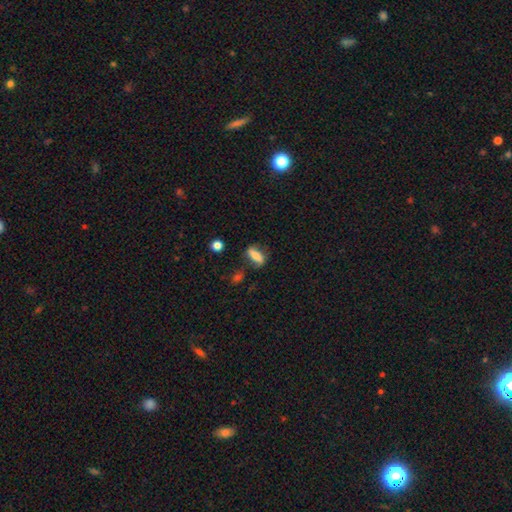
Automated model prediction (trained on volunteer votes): Smooth or featured?
  - smooth: 71% *
  - featured or disk: 19%
  - star or artifact: 9%
How rounded?
  - in between: 61% *
  - cigar-shaped: 33%
  - round: 5%
Merging?
  - none: 63% *
  - minor disturbance: 23%
  - major disturbance: 9%
  - merger: 5%